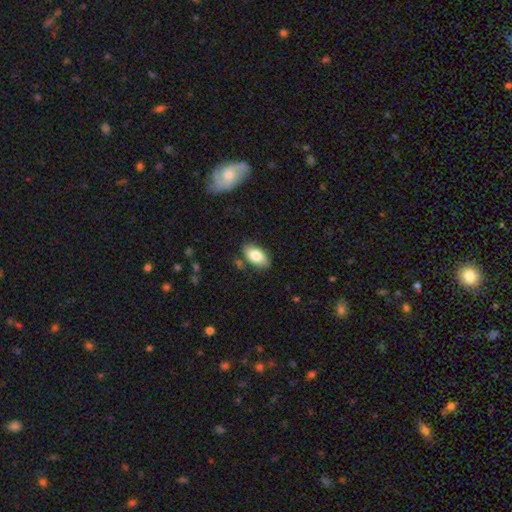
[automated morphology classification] smooth_or_featured: smooth (p=0.83) [alt: featured or disk p=0.10]
how_rounded: in between (p=0.93) [alt: round p=0.03]
merging: none (p=0.80) [alt: minor disturbance p=0.13]